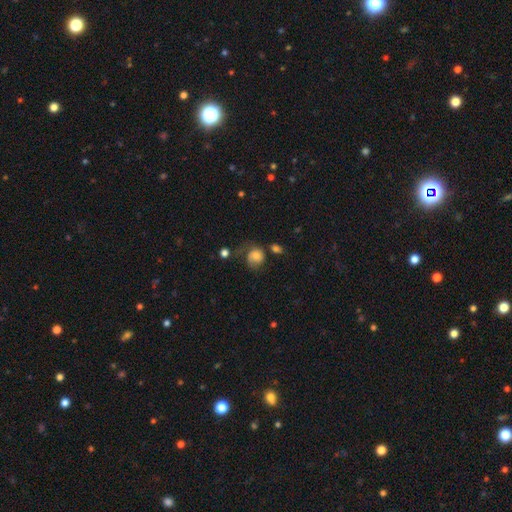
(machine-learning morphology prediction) A smooth galaxy with no disk features (64%) that is round (69%). Merging: none (36%).